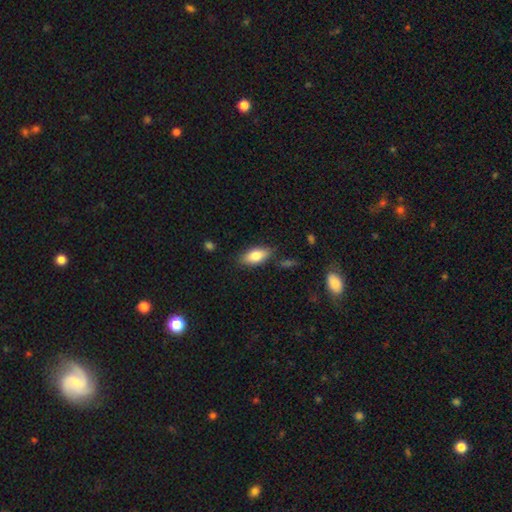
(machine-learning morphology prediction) smooth-or-featured: smooth: 79% | featured or disk: 14% | star or artifact: 7%
  how-rounded: in between: 86% | cigar-shaped: 11% | round: 3%
  merging: none: 81% | minor disturbance: 13% | major disturbance: 3% | merger: 3%